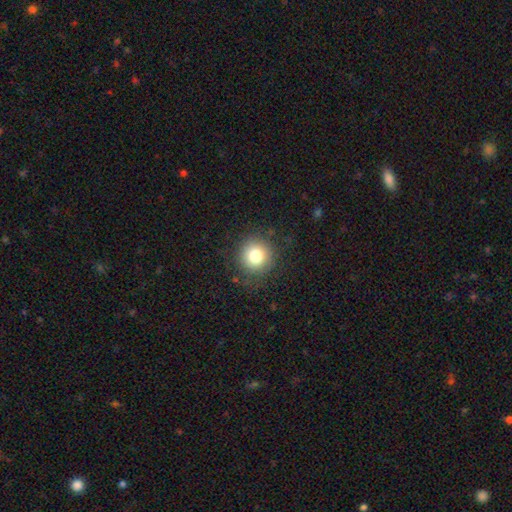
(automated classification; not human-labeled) This is likely a smooth galaxy (80%). How rounded: clearly round (94%). Merging: clearly none (86%).